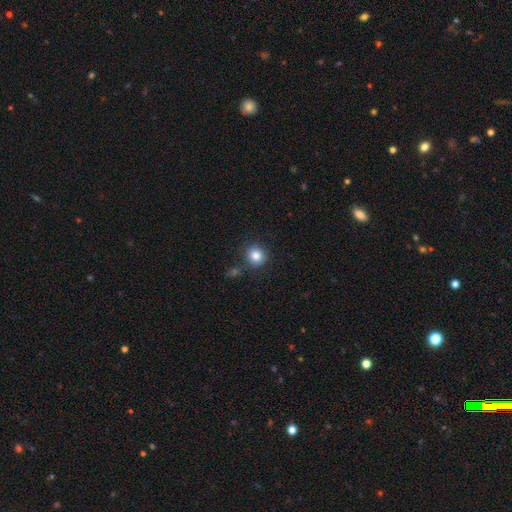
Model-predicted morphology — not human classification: A smooth galaxy with no disk features (84%) that is round (91%).

Vote fractions:
- Smooth or featured? smooth: 84% / star or artifact: 11% / featured or disk: 6%
- How rounded? round: 91% / in between: 8% / cigar-shaped: 1%
- Merging? none: 84% / minor disturbance: 9% / merger: 5% / major disturbance: 3%